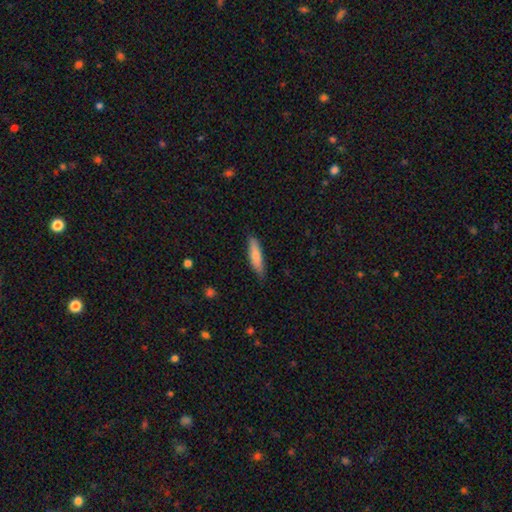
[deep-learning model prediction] Morphology: type=smooth (79%); roundness=cigar-shaped (74%); merging=none (82%).